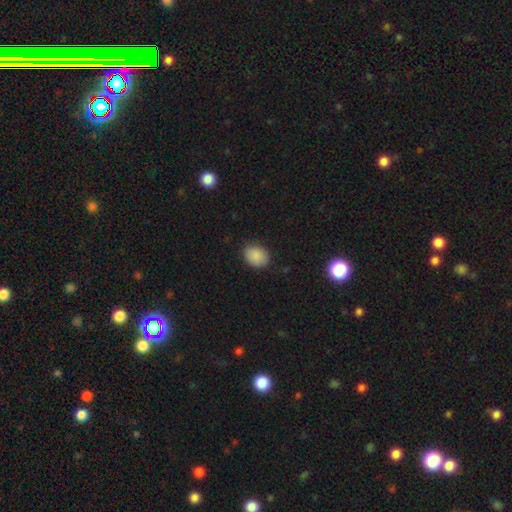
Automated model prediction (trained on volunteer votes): The model was most divided on "how rounded": in between: 54%, round: 45%, cigar-shaped: 1%. More confident: smooth or featured — smooth (88%); merging — none (85%).